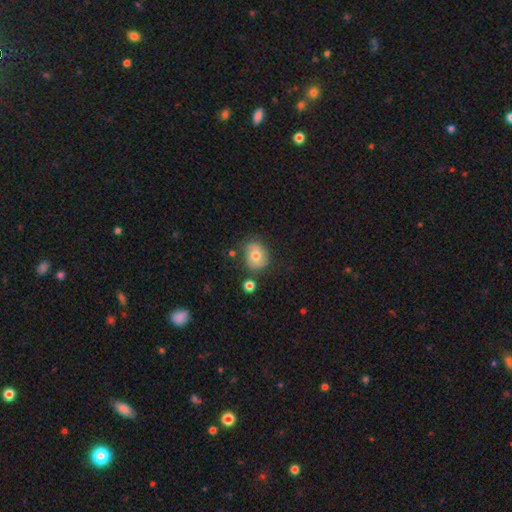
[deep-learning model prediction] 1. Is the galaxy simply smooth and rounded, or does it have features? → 61% smooth, 31% featured or disk, 8% star or artifact.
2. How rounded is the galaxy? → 63% round, 36% in between, 1% cigar-shaped.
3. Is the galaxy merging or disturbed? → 67% none, 21% minor disturbance, 6% major disturbance, 6% merger.